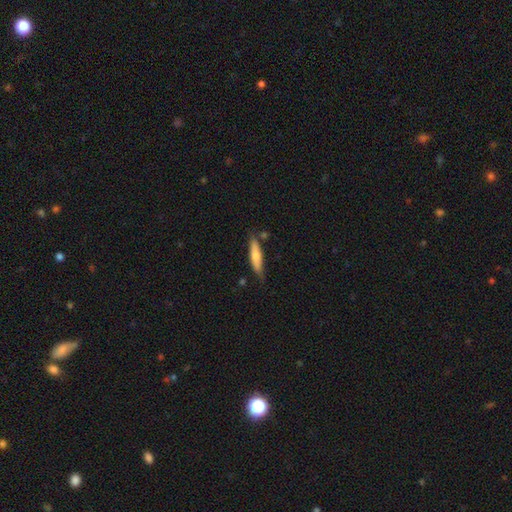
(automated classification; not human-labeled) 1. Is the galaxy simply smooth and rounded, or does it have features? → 67% smooth, 27% featured or disk, 6% star or artifact.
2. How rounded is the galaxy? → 78% cigar-shaped, 20% in between, 2% round.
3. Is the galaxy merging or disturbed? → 73% none, 18% minor disturbance, 5% merger, 3% major disturbance.